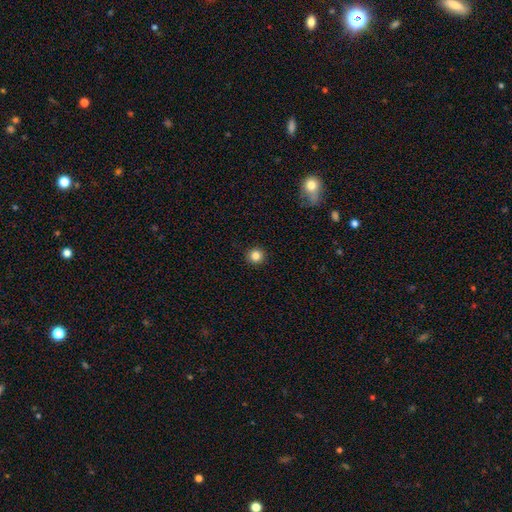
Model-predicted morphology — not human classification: smooth 84%, star or artifact 11%, featured or disk 5%. Down the decision tree: how rounded — round (95%); merging — none (93%).